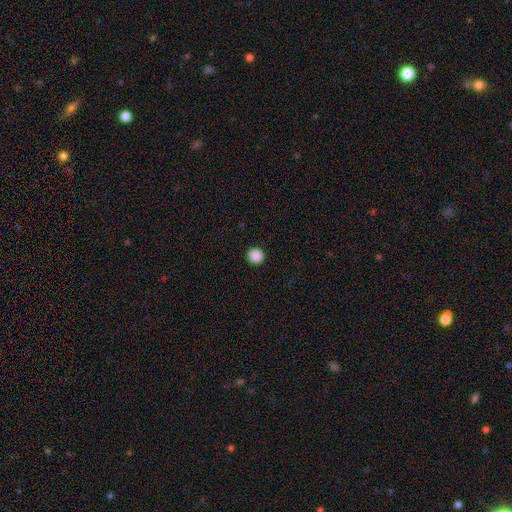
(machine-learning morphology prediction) This is clearly a smooth galaxy (89%). How rounded: clearly round (94%). Merging: clearly none (94%).